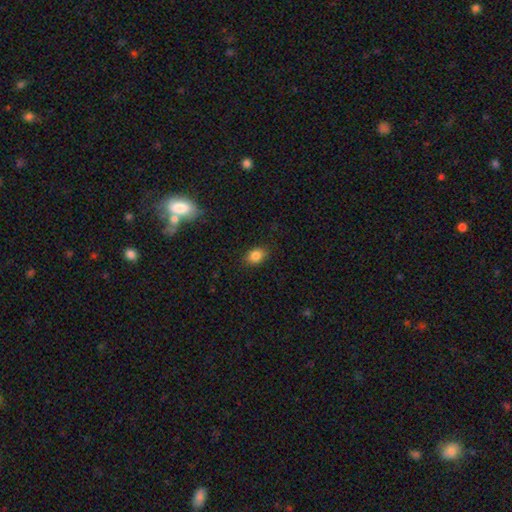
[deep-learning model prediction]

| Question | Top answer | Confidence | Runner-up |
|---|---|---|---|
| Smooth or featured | smooth | 84% | star or artifact (10%) |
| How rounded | in between | 67% | round (32%) |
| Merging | none | 85% | minor disturbance (11%) |